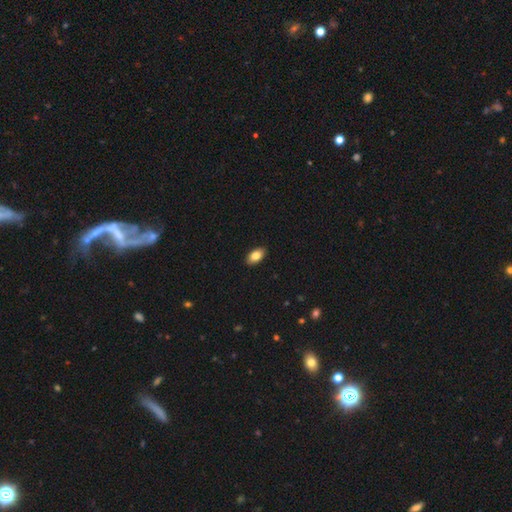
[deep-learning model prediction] Smooth or featured: smooth — 83% (featured or disk — 10%)
How rounded: in between — 93% (round — 4%)
Merging: none — 91% (minor disturbance — 7%)